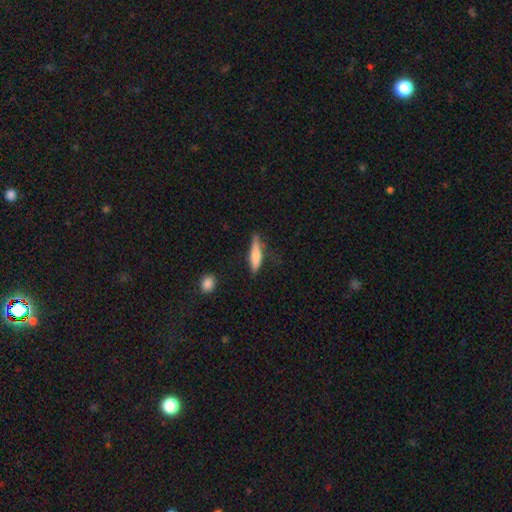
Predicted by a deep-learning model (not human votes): smooth_or_featured: smooth (p=0.65) [alt: featured or disk p=0.29]
how_rounded: cigar-shaped (p=0.76) [alt: in between p=0.22]
merging: none (p=0.66) [alt: minor disturbance p=0.25]